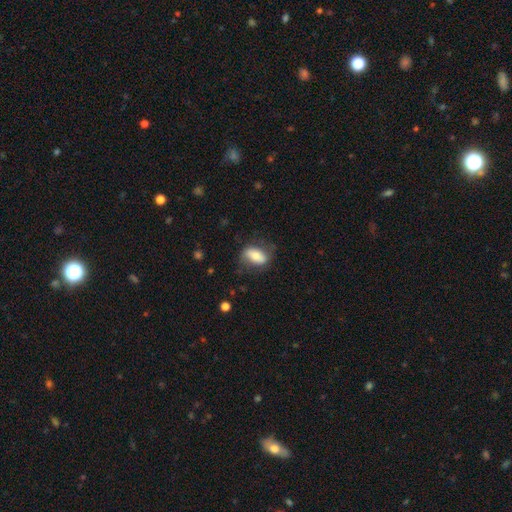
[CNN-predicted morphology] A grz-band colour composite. It shows a smooth galaxy with no disk features (62%) that is in between round and cigar-shaped (84%). Merging: none (68%).